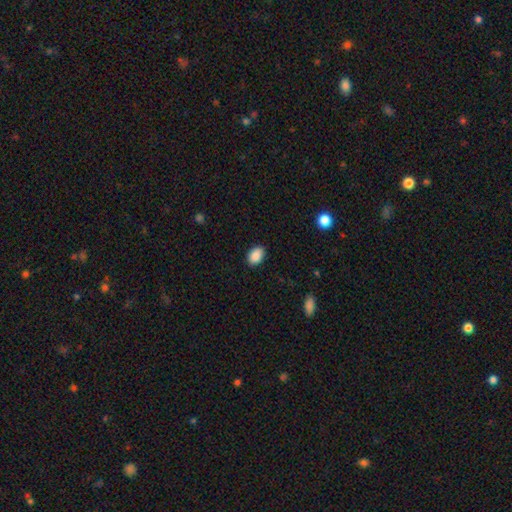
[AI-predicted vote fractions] Smooth or featured? smooth (89%)
How rounded? in between (84%)
Merging? none (87%)